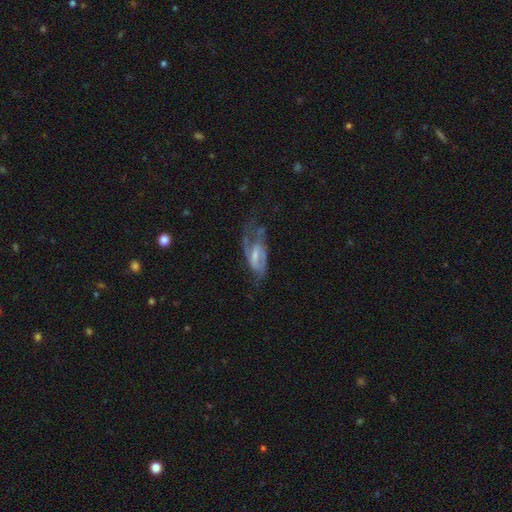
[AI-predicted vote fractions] smooth-or-featured: featured or disk: 78% | smooth: 16% | star or artifact: 6%
  disk-edge-on: no: 93% | yes: 7%
    bar: weak: 46% | strong: 33% | no: 20%
    has-spiral-arms: yes: 86% | no: 14%
      spiral-winding: medium: 47% | loose: 30% | tight: 23%
      spiral-arm-count: 2: 76% | can't tell: 11% | 1: 8% | 3: 2% | 4: 1% | more than 4: 1%
    bulge-size: small: 50% | moderate: 33% | none: 12% | large: 3% | dominant: 1%
  merging: none: 44% | major disturbance: 30% | minor disturbance: 24% | merger: 3%